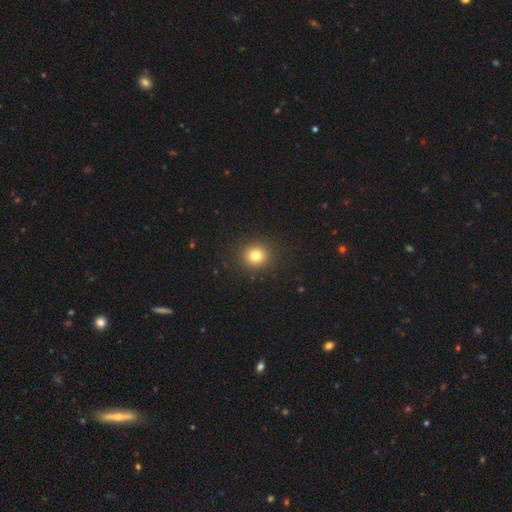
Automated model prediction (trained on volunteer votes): This appears to be a smooth galaxy with no disk features (79%) that is round (88%). Merging: none (90%).